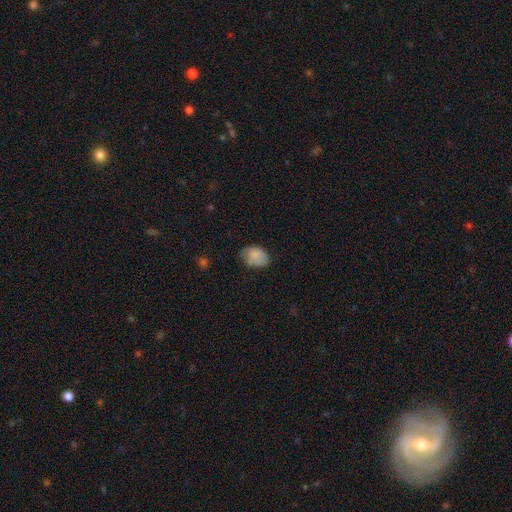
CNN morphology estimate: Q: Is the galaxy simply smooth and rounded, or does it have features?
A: smooth — 79%.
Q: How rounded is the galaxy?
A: in between — 79%.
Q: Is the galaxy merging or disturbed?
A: none — 56%.